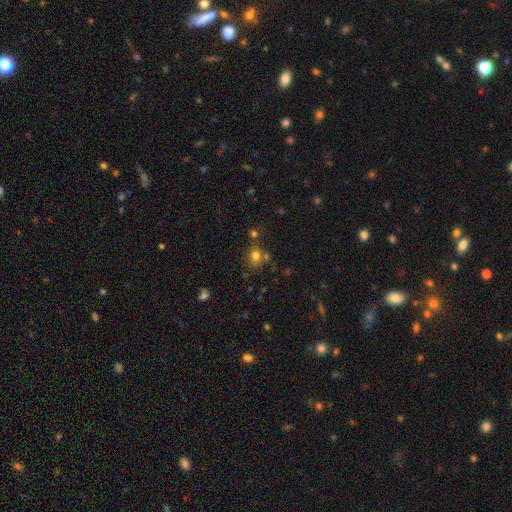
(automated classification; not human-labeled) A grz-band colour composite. It shows a smooth galaxy with no disk features (74%) that is round (70%). Merging: none (65%).